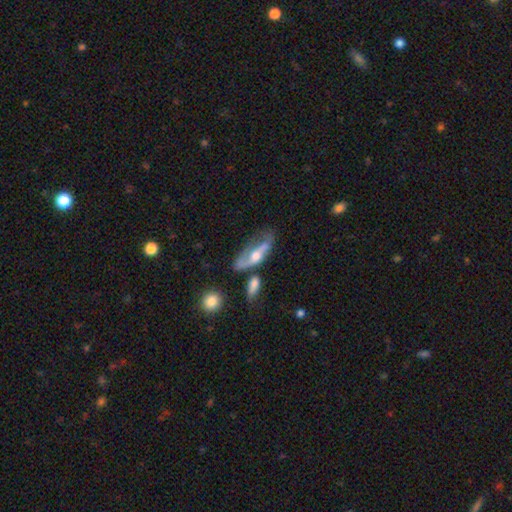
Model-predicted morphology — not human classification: Smooth or featured: featured or disk — 64% (smooth — 29%)
Edge-on disk: no — 71% (yes — 29%)
Merging: none — 40% (minor disturbance — 23%)